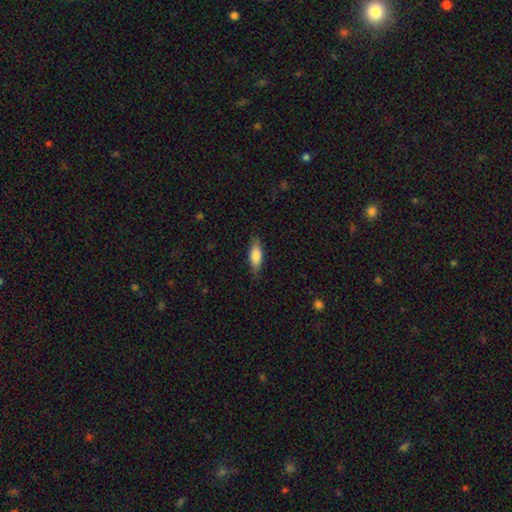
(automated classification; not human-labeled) Q: Smooth or featured?
A: smooth (79%); runner-up: featured or disk (15%)
Q: How rounded?
A: in between (65%); runner-up: cigar-shaped (33%)
Q: Merging?
A: none (82%); runner-up: minor disturbance (14%)